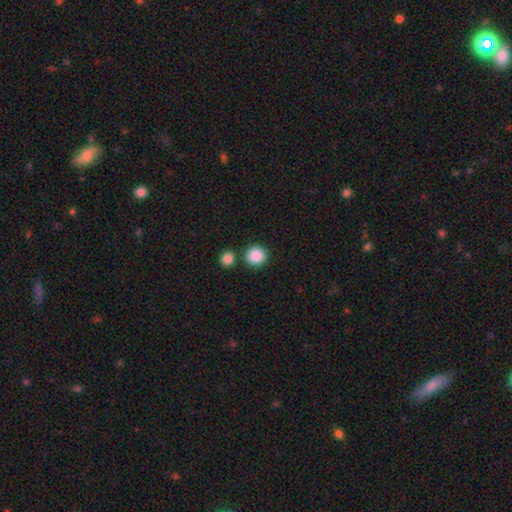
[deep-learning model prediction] This is clearly a smooth galaxy (88%). How rounded: clearly round (92%). Merging: clearly none (82%).